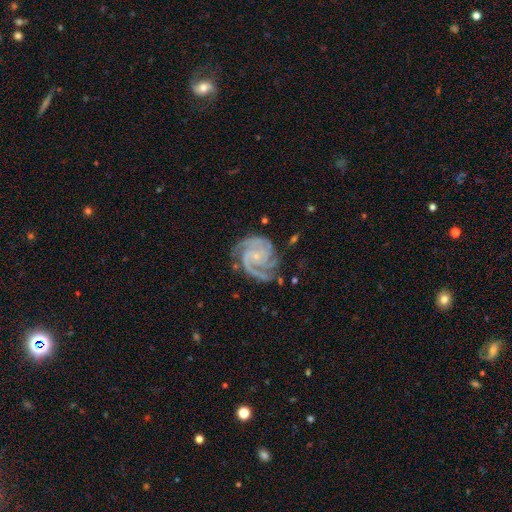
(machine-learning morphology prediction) This is clearly a featured or disk galaxy (93%). It is clearly not viewed edge-on (98%). Bar: likely no (70%). Spiral arm pattern: clearly yes (99%). Spiral arm count: marginally 3 (43%). Spiral winding: likely tight (64%). Central bulge: clearly small (81%). Merging: likely none (73%).